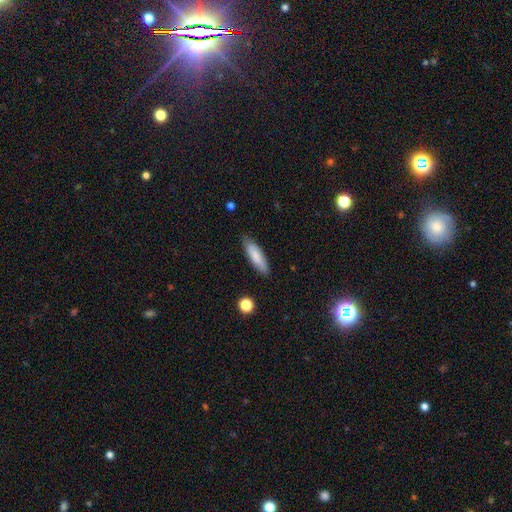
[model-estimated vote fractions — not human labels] This is clearly a smooth galaxy (81%). How rounded: possibly cigar-shaped (60%). Merging: clearly none (85%).